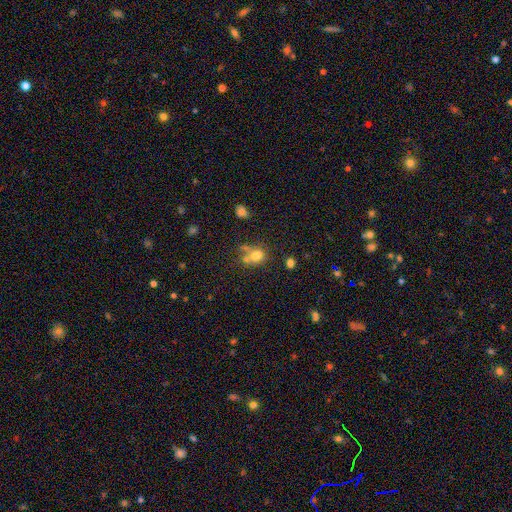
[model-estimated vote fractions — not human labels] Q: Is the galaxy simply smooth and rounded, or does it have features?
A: smooth — 70%.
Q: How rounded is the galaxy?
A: in between — 53%.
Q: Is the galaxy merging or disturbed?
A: none — 37%, tied with merger.